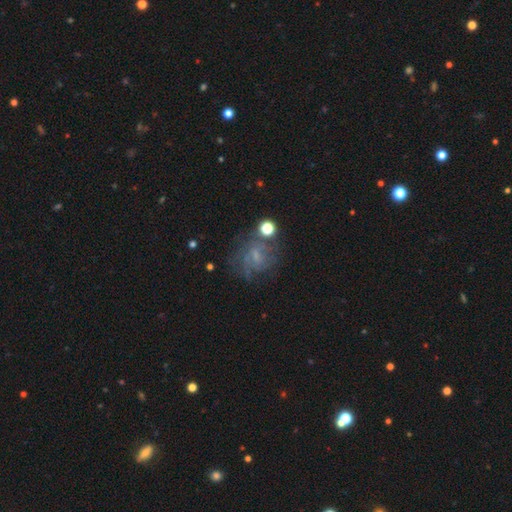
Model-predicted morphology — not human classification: Q: Smooth or featured?
A: featured or disk (50%); runner-up: smooth (29%)
Q: Edge-on disk?
A: no (97%); runner-up: yes (3%)
Q: Merging?
A: none (55%); runner-up: major disturbance (19%)